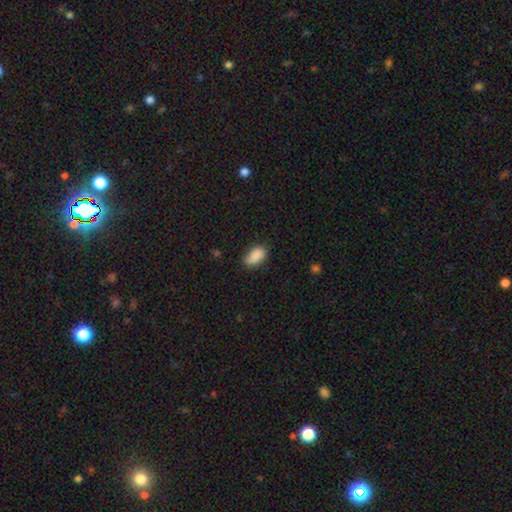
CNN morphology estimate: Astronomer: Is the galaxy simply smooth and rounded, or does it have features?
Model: smooth — 88%.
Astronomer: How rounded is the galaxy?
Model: in between — 92%.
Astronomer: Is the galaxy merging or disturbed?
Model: none — 73%.